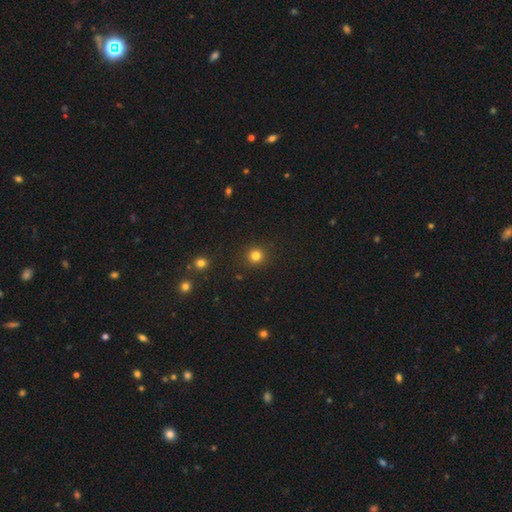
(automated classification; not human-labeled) A smooth galaxy with no disk features (81%) that is round (93%).

Vote fractions:
- Smooth or featured? smooth: 81% / star or artifact: 14% / featured or disk: 5%
- How rounded? round: 93% / in between: 6% / cigar-shaped: 1%
- Merging? none: 91% / minor disturbance: 6% / major disturbance: 2% / merger: 2%